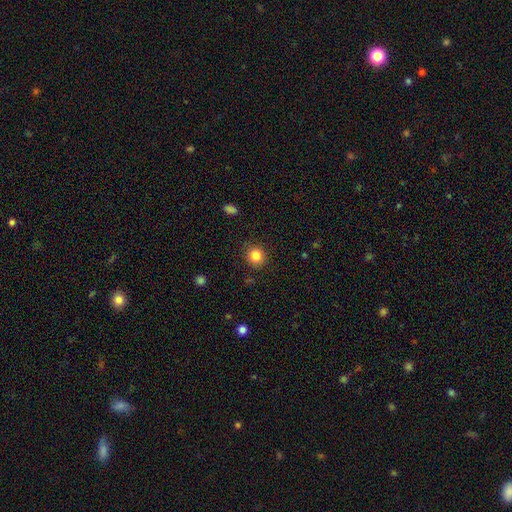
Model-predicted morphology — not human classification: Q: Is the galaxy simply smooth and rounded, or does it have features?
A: smooth — 84%.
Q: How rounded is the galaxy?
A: round — 88%.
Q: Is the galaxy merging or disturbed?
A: none — 89%.